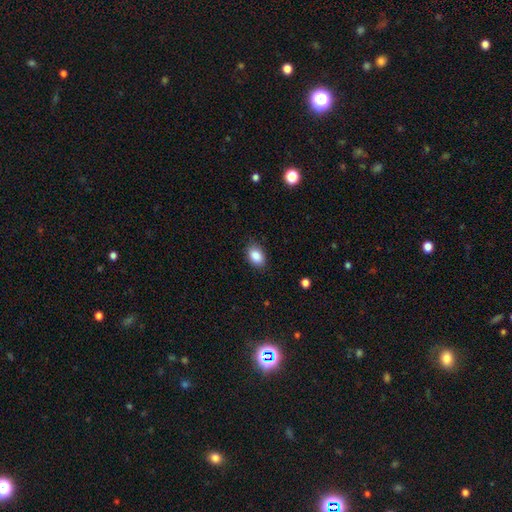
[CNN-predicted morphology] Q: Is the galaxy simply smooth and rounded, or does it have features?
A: smooth — 86%.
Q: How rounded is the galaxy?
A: in between — 85%.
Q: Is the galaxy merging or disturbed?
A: none — 84%.